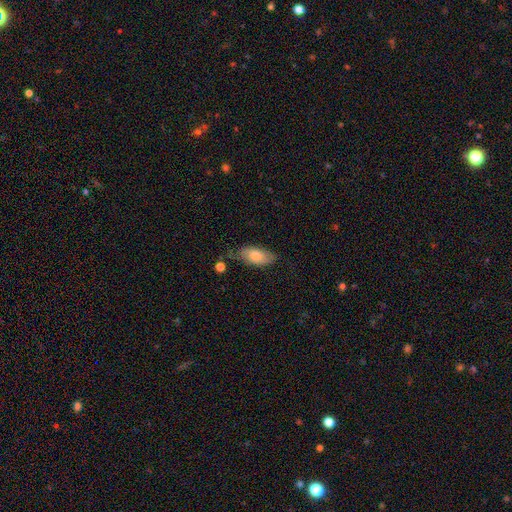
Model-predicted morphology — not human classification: Smooth or featured? Predicted: smooth (p=0.77). How rounded? Predicted: in between (p=0.89). Merging? Predicted: none (p=0.59).